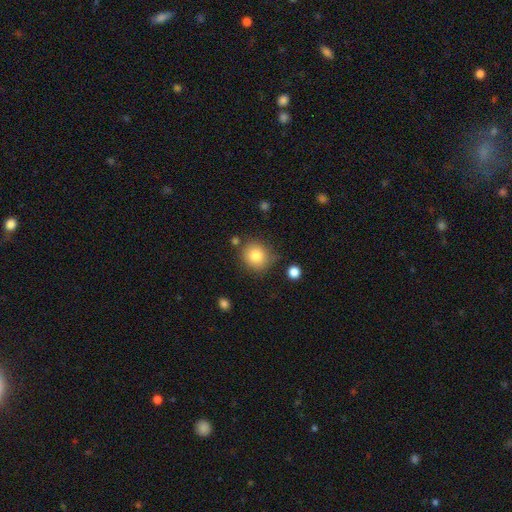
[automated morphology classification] Smooth or featured: smooth — 82% (star or artifact — 10%)
How rounded: round — 88% (in between — 12%)
Merging: none — 76% (minor disturbance — 14%)